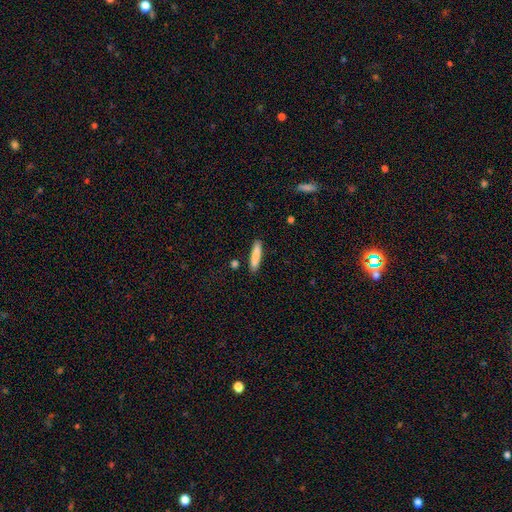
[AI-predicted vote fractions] Morphology: type=smooth (84%); roundness=cigar-shaped (87%); merging=none (88%).